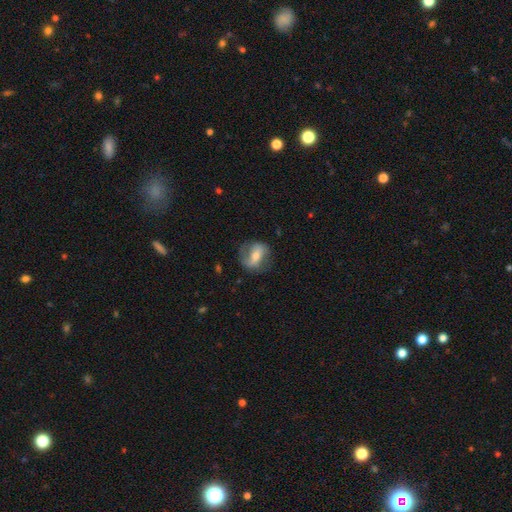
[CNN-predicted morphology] Smooth or featured? Predicted: featured or disk (p=0.55). Edge-on disk? Predicted: no (p=0.92). Bar? Predicted: strong (p=0.43). Spiral arms? Predicted: yes (p=0.67). Bulge size? Predicted: moderate (p=0.55). Merging? Predicted: none (p=0.68).